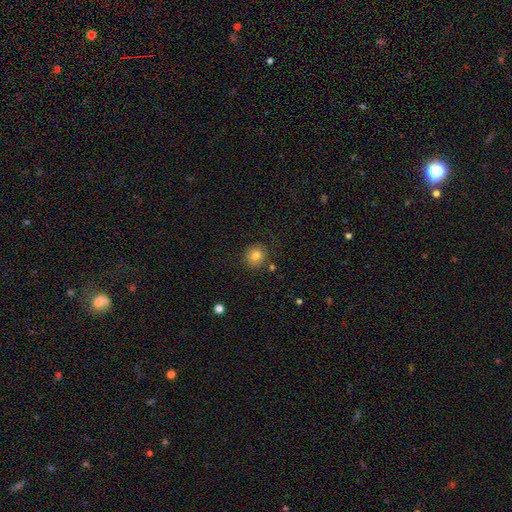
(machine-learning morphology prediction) Smooth or featured?
  - smooth: 81% *
  - star or artifact: 11%
  - featured or disk: 8%
How rounded?
  - round: 85% *
  - in between: 14%
  - cigar-shaped: 1%
Merging?
  - none: 84% *
  - minor disturbance: 10%
  - merger: 4%
  - major disturbance: 3%